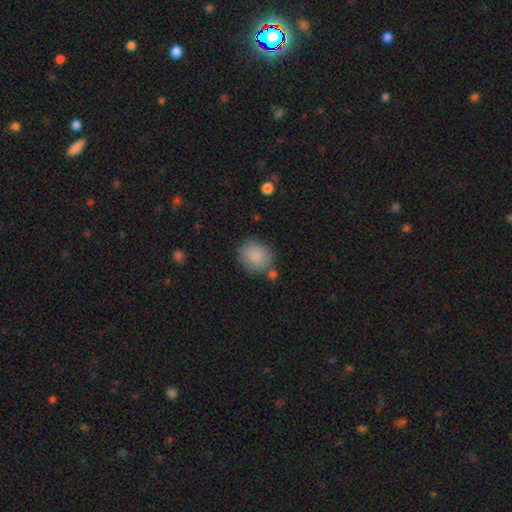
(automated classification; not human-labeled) smooth 87%, star or artifact 7%, featured or disk 6%. Down the decision tree: how rounded — round (68%); merging — none (68%).